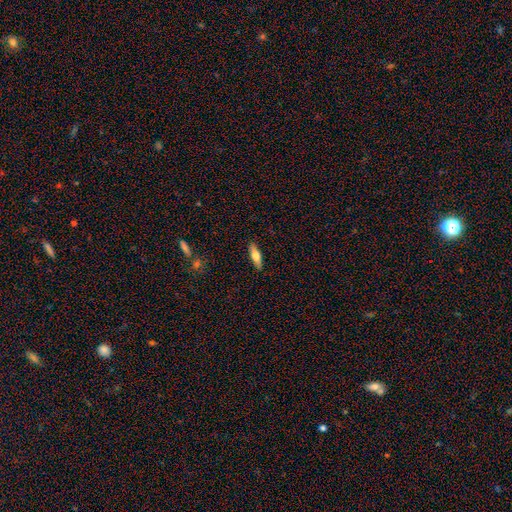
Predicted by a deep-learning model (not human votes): Smooth or featured? smooth (60%)
How rounded? cigar-shaped (52%)
Merging? none (89%)